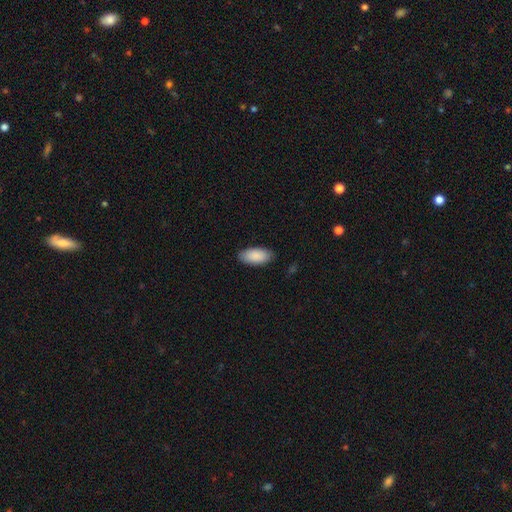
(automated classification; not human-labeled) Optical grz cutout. It shows a smooth galaxy with no disk features (90%) that is in between round and cigar-shaped (92%). Merging: none (87%).